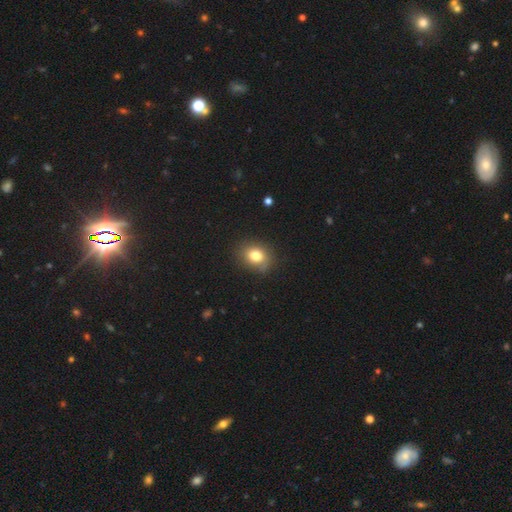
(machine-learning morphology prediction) This appears to be a smooth galaxy with no disk features (78%) that is round (51%). Merging: none (79%).